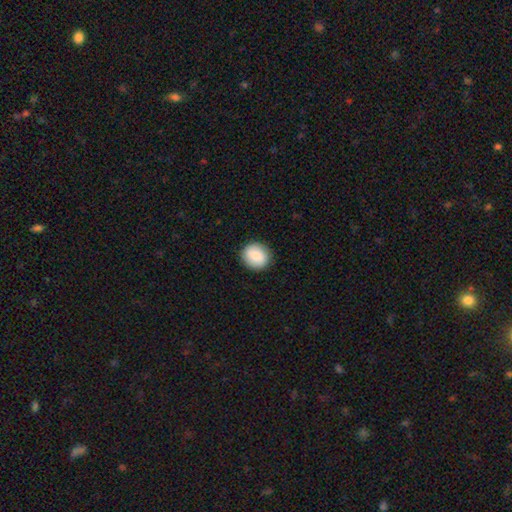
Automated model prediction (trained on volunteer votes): smooth-or-featured: smooth: 84% | featured or disk: 9% | star or artifact: 7%
  how-rounded: round: 82% | in between: 17% | cigar-shaped: 1%
  merging: none: 89% | minor disturbance: 8% | major disturbance: 2% | merger: 1%